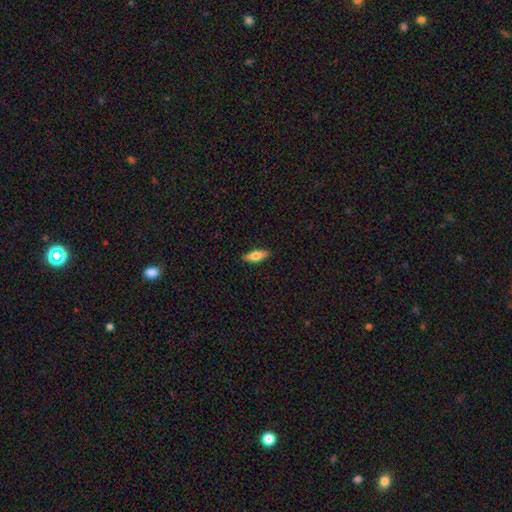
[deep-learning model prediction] smooth-or-featured: smooth: 61% | featured or disk: 33% | star or artifact: 6%
  how-rounded: in between: 57% | cigar-shaped: 41% | round: 3%
  merging: none: 89% | minor disturbance: 8% | major disturbance: 2% | merger: 1%